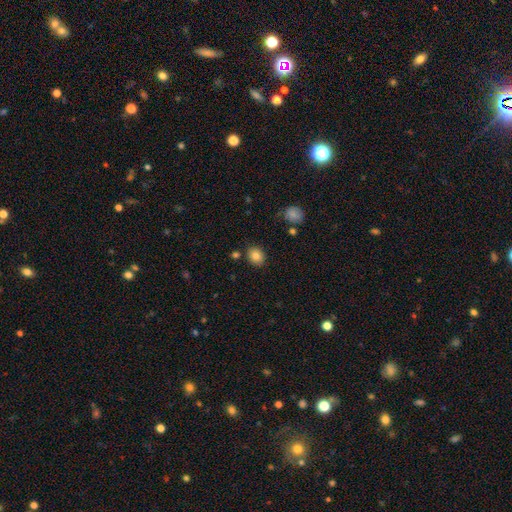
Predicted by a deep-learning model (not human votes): smooth 84%, star or artifact 10%, featured or disk 6%. Down the decision tree: how rounded — round (58%); merging — none (84%).